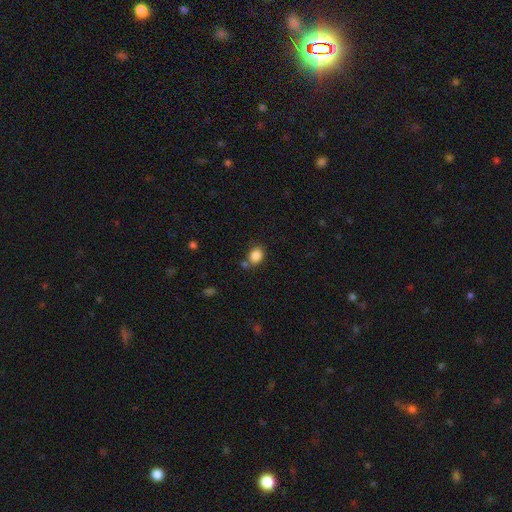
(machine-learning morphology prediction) A smooth galaxy with no disk features (86%) that is round (52%). Merging: none (68%).